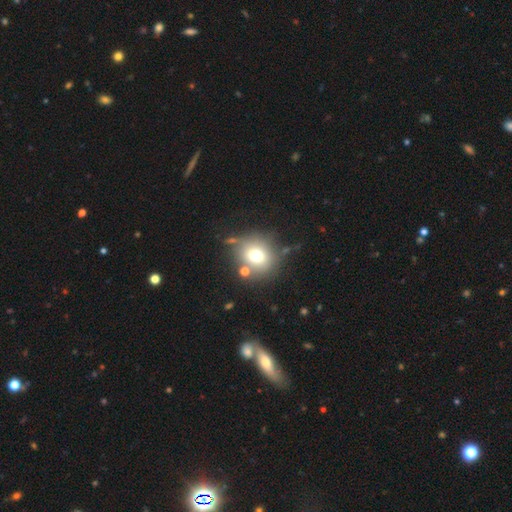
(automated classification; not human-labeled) Smooth or featured: smooth — 71% (featured or disk — 16%)
How rounded: round — 85% (in between — 14%)
Merging: none — 71% (minor disturbance — 13%)